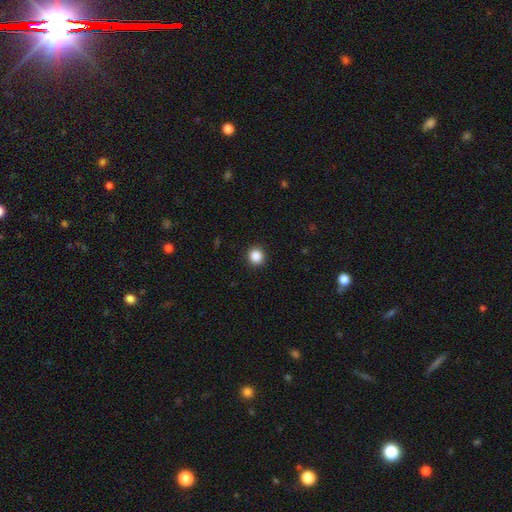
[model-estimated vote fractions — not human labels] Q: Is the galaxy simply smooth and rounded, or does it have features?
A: smooth — 86%.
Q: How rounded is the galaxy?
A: round — 93%.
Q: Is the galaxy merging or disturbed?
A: none — 93%.